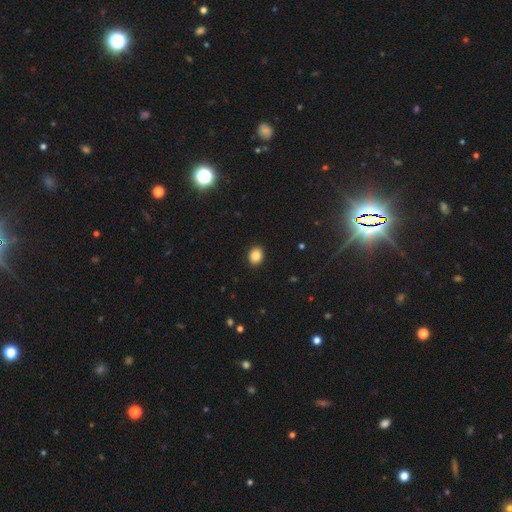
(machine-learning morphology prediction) A smooth galaxy with no disk features (87%) that is round (58%).

Vote fractions:
- Smooth or featured? smooth: 87% / star or artifact: 10% / featured or disk: 3%
- How rounded? round: 58% / in between: 41% / cigar-shaped: 1%
- Merging? none: 91% / minor disturbance: 6% / major disturbance: 2% / merger: 1%